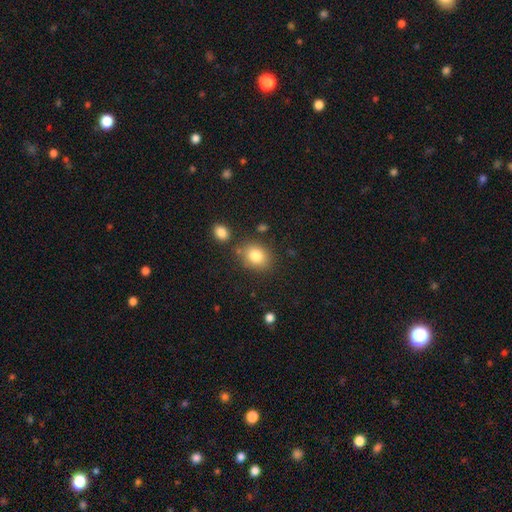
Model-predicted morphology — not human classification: type=smooth (83%); roundness=round (51%); merging=none (76%).